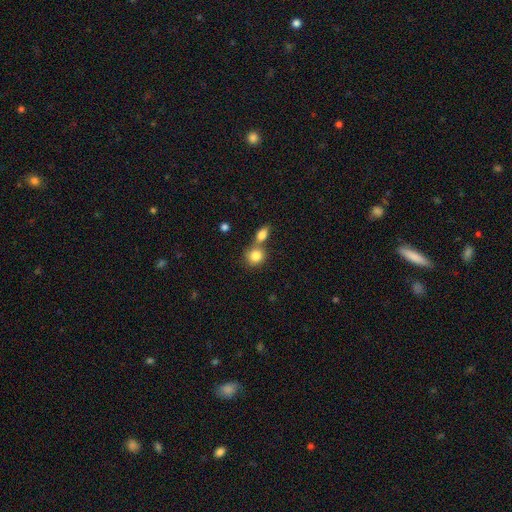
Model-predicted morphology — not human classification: Q: Smooth or featured?
A: smooth (83%); runner-up: star or artifact (8%)
Q: How rounded?
A: round (76%); runner-up: in between (23%)
Q: Merging?
A: merger (46%); runner-up: none (43%)